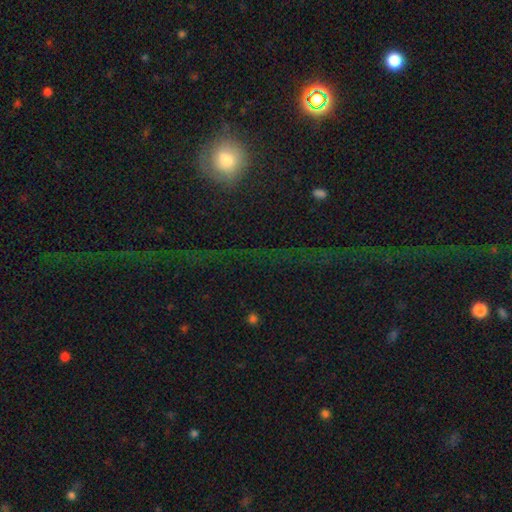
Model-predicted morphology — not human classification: smooth-or-featured: star or artifact: 46% | smooth: 40% | featured or disk: 14%